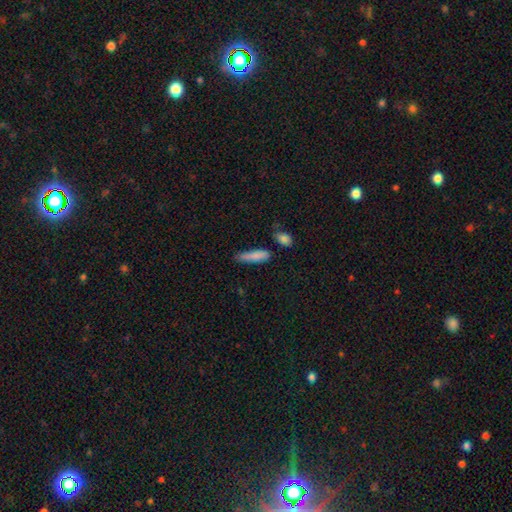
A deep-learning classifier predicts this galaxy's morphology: This is clearly a smooth galaxy (83%). How rounded: likely cigar-shaped (70%). Merging: likely none (64%).